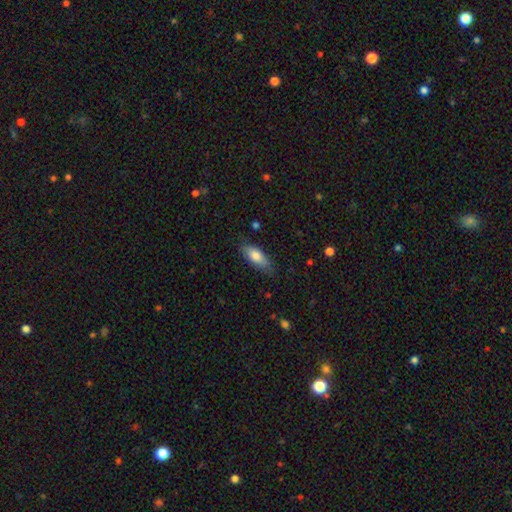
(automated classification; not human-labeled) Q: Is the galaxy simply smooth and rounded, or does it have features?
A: smooth — 79%.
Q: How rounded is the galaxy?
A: in between — 79%.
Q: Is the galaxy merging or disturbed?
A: none — 76%.